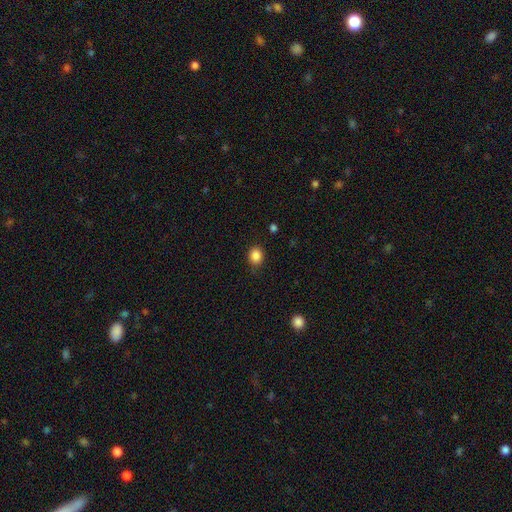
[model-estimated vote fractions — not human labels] Smooth or featured: smooth — 86% (star or artifact — 10%)
How rounded: round — 64% (in between — 35%)
Merging: none — 84% (minor disturbance — 12%)